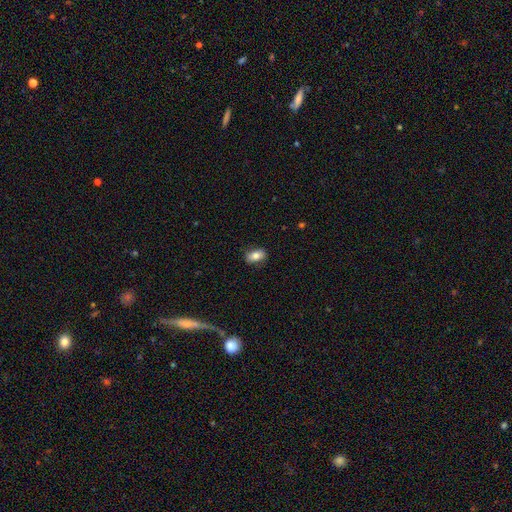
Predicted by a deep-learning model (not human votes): Smooth or featured? smooth (76%)
How rounded? in between (88%)
Merging? none (83%)